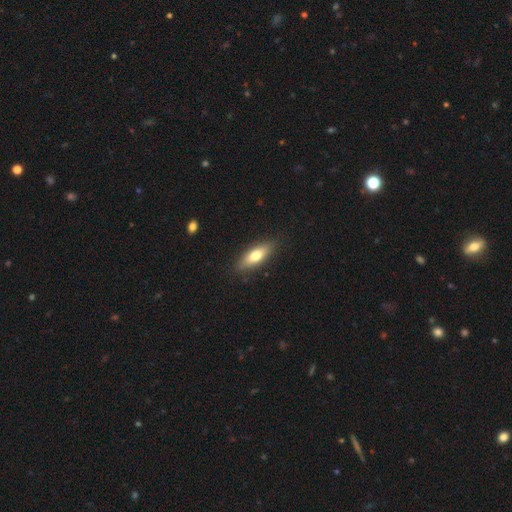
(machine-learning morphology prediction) Smooth or featured?
  - smooth: 68% *
  - featured or disk: 26%
  - star or artifact: 6%
How rounded?
  - in between: 59% *
  - cigar-shaped: 38%
  - round: 3%
Merging?
  - none: 86% *
  - minor disturbance: 11%
  - major disturbance: 2%
  - merger: 1%